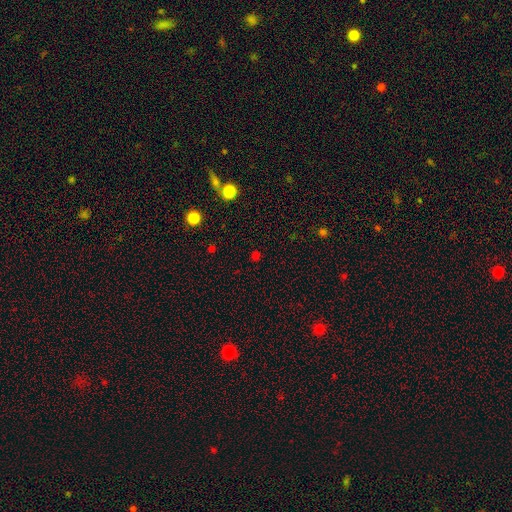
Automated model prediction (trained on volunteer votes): Overall: smooth (55%; star or artifact 39%). How rounded: round (86%). Merging: none (84%).